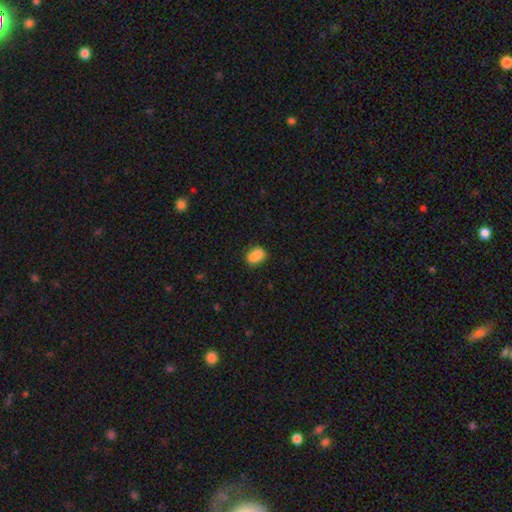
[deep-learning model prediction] This is likely a smooth galaxy (73%). How rounded: possibly in between (51%). Merging: possibly merger (57%).